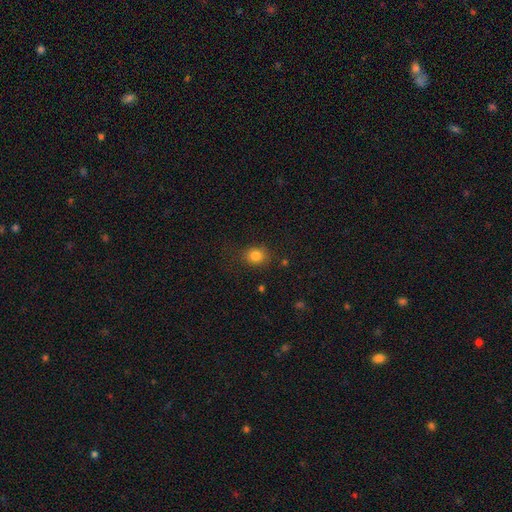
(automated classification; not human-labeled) Smooth or featured?
  - smooth: 83% *
  - star or artifact: 12%
  - featured or disk: 6%
How rounded?
  - round: 69% *
  - in between: 30%
  - cigar-shaped: 1%
Merging?
  - none: 79% *
  - minor disturbance: 14%
  - major disturbance: 5%
  - merger: 2%